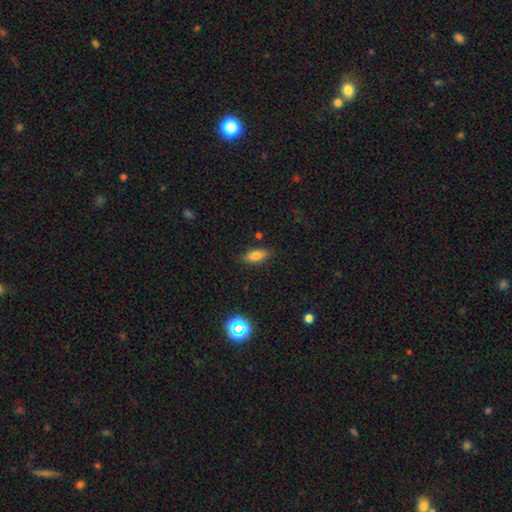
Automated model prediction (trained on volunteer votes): smooth 74%, featured or disk 16%, star or artifact 10%. Down the decision tree: how rounded — in between (76%); merging — none (83%).